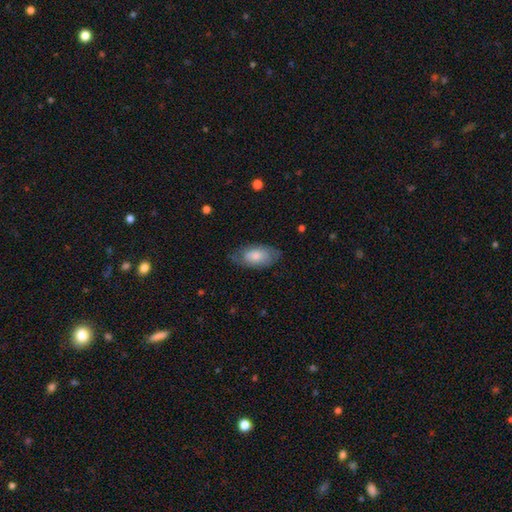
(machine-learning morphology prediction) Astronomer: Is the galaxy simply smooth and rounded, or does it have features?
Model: smooth — 70%.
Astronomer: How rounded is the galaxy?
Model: in between — 93%.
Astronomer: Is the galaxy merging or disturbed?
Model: none — 71%.